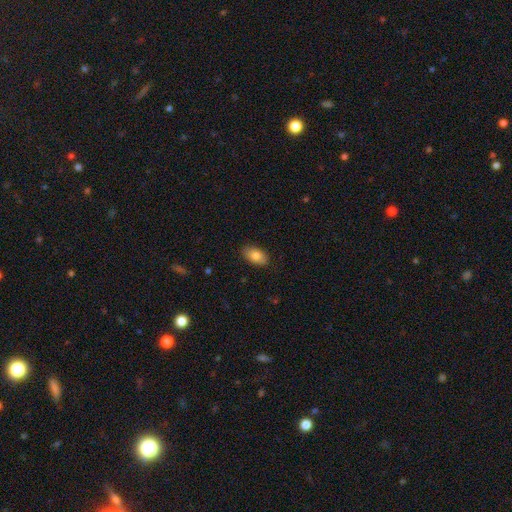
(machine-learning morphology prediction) smooth 82%, featured or disk 11%, star or artifact 7%. Down the decision tree: how rounded — in between (93%); merging — none (87%).